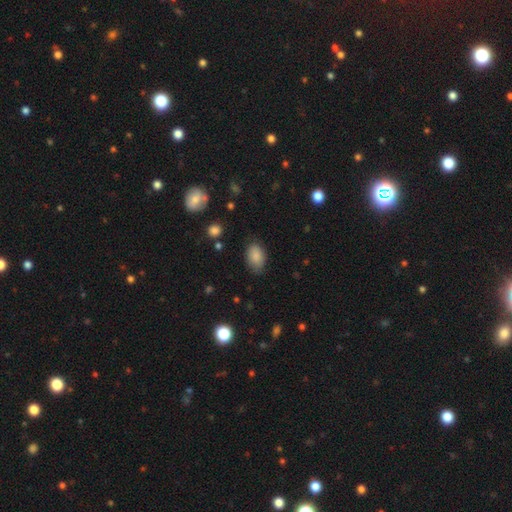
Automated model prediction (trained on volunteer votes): Morphology: type=smooth (86%); roundness=in between (89%); merging=none (77%).